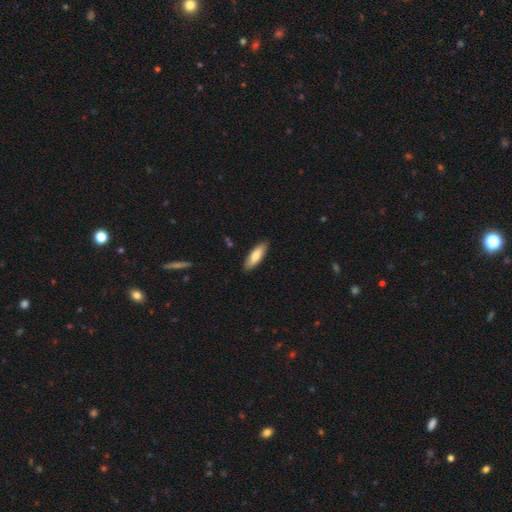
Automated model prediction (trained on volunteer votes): A smooth galaxy with no disk features (78%) that is in between round and cigar-shaped (56%). Merging: none (87%).